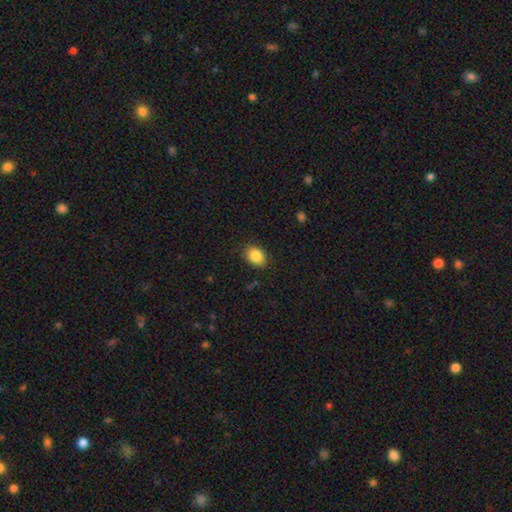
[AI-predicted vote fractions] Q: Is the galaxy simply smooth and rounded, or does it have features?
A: smooth — 86%.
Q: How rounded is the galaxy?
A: in between — 70%.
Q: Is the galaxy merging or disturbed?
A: none — 85%.